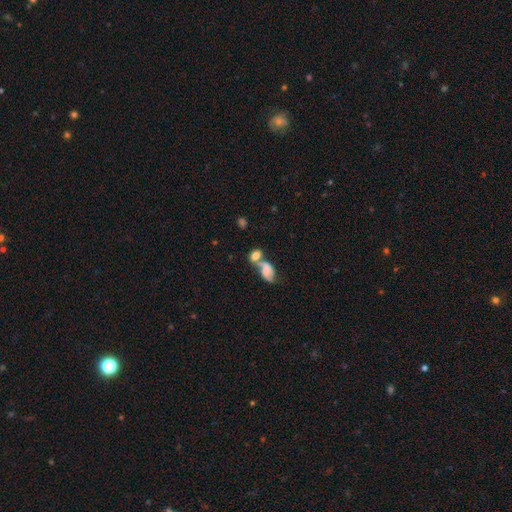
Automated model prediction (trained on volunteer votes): A smooth galaxy with no disk features (66%) that is in between round and cigar-shaped (73%). Merging: merger (60%).